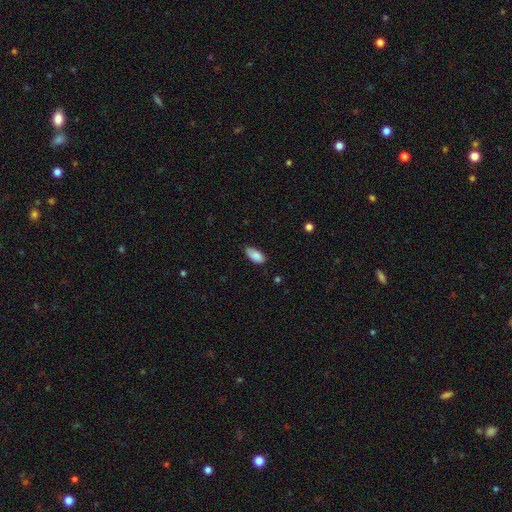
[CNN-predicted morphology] Smooth or featured? smooth (88%)
How rounded? in between (92%)
Merging? none (70%)